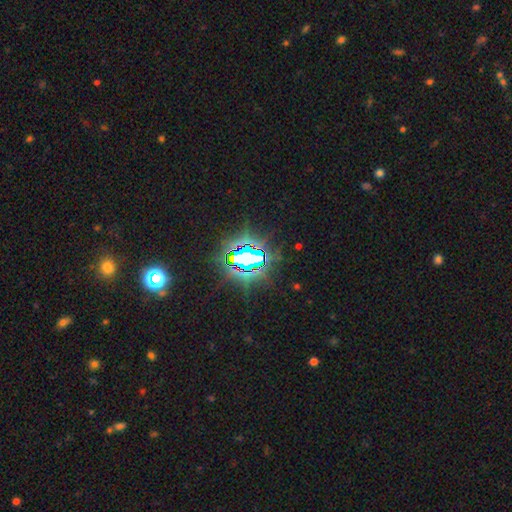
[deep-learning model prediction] This is clearly a star or artifact rather than a galaxy (81%).